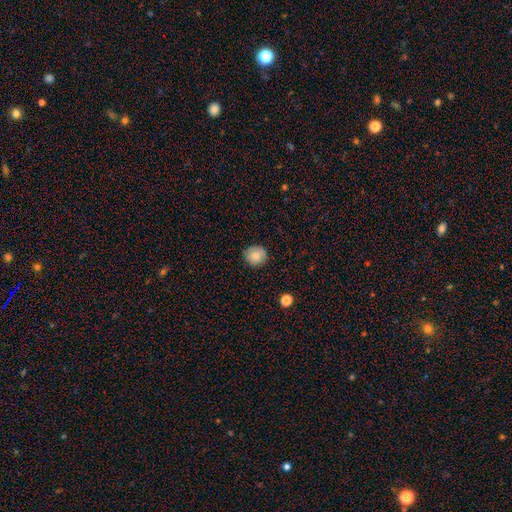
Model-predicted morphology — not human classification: Q: Smooth or featured?
A: smooth (83%); runner-up: star or artifact (9%)
Q: How rounded?
A: round (91%); runner-up: in between (8%)
Q: Merging?
A: none (88%); runner-up: minor disturbance (9%)